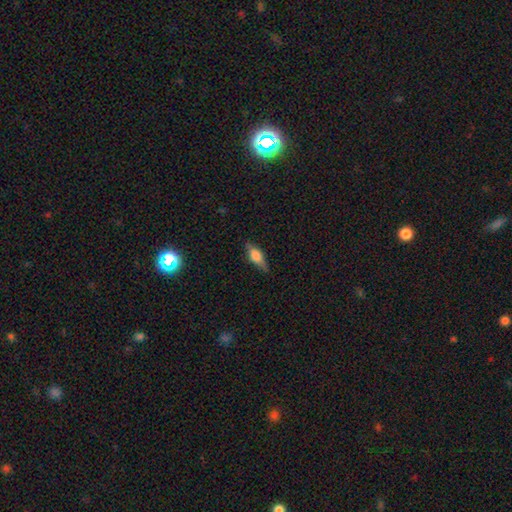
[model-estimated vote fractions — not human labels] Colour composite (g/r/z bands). It shows a smooth galaxy with no disk features (53%) that is in between round and cigar-shaped (62%). Merging: none (80%).